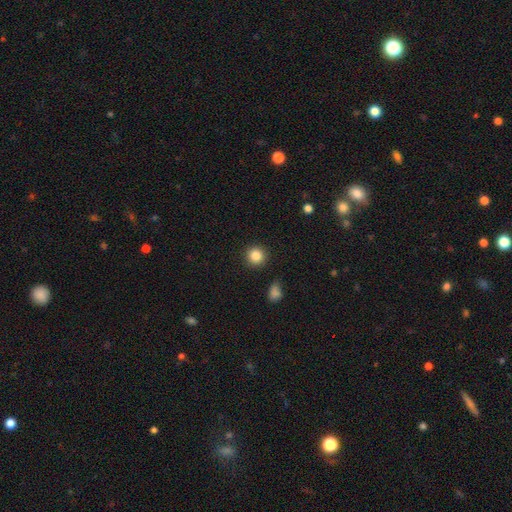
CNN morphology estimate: Q: Smooth or featured?
A: smooth (85%); runner-up: star or artifact (10%)
Q: How rounded?
A: round (94%); runner-up: in between (5%)
Q: Merging?
A: none (90%); runner-up: minor disturbance (6%)